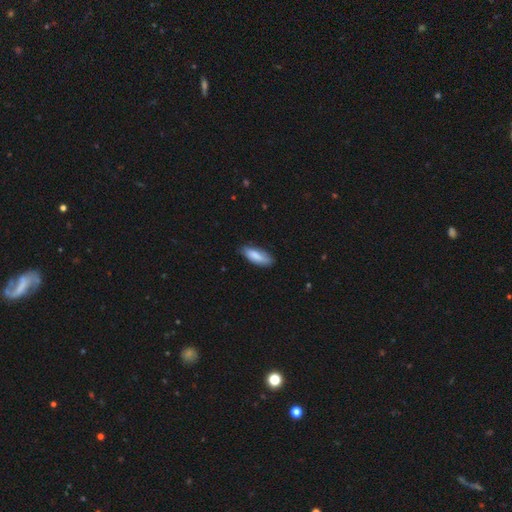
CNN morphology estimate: smooth 81%, featured or disk 13%, star or artifact 6%. Down the decision tree: how rounded — in between (66%); merging — none (74%).